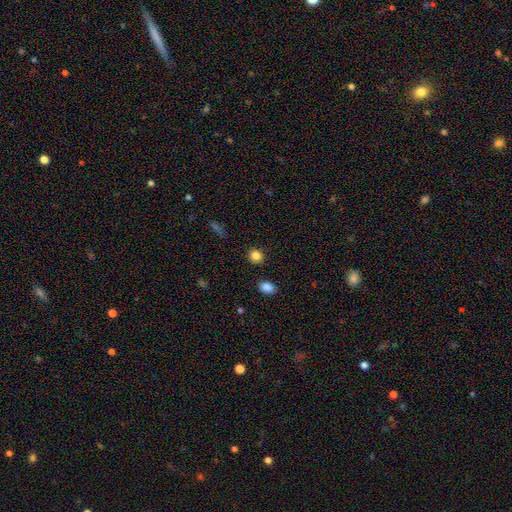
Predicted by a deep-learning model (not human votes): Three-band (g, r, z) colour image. It shows a smooth galaxy with no disk features (85%) that is round (80%). Merging: none (89%).